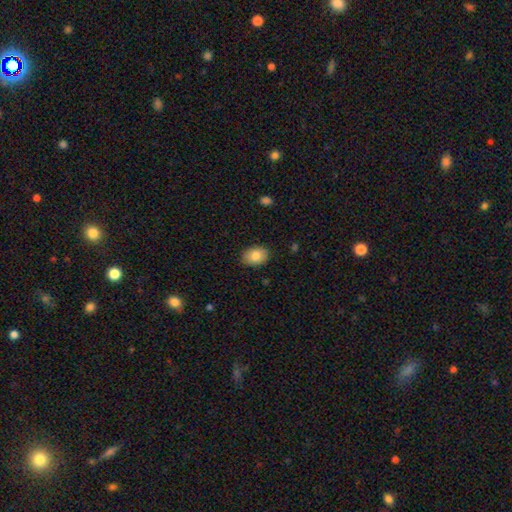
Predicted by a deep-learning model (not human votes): smooth 84%, featured or disk 9%, star or artifact 7%. Down the decision tree: how rounded — in between (77%); merging — none (88%).